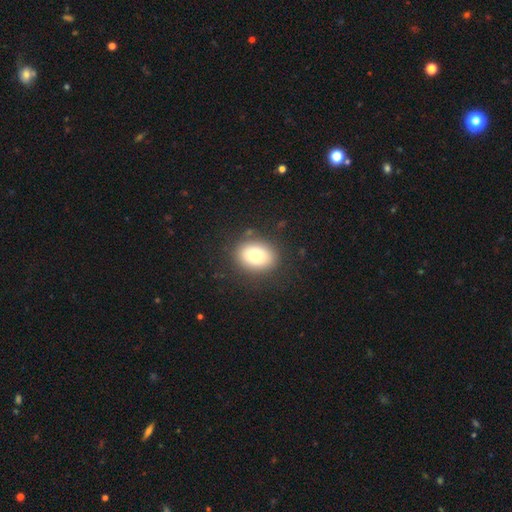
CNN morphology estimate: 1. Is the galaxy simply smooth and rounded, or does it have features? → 76% smooth, 14% featured or disk, 10% star or artifact.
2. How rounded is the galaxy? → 60% in between, 39% round, 1% cigar-shaped.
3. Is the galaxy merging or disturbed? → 84% none, 10% minor disturbance, 4% major disturbance, 2% merger.